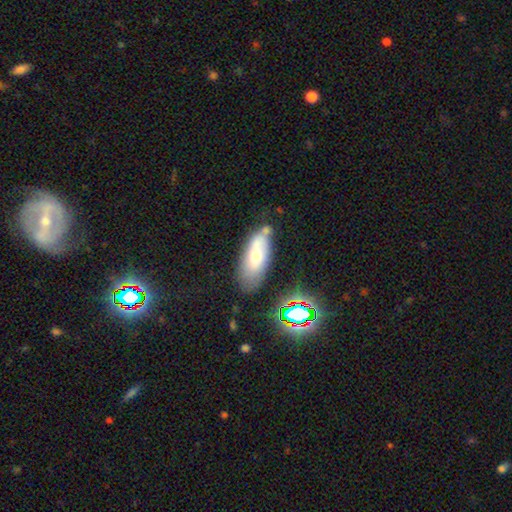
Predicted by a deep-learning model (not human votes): The model was most divided on "merging": none: 57%, minor disturbance: 24%, merger: 12%, major disturbance: 8%. More confident: how rounded — in between (80%); smooth or featured — smooth (63%).